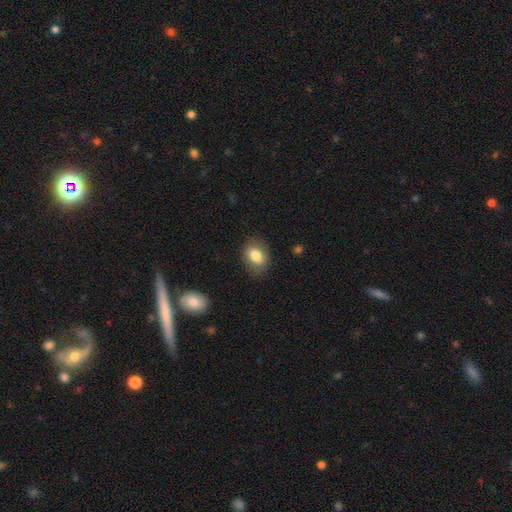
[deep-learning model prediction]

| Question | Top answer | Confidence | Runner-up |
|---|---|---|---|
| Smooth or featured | smooth | 79% | featured or disk (13%) |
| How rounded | in between | 79% | round (19%) |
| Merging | none | 82% | minor disturbance (13%) |